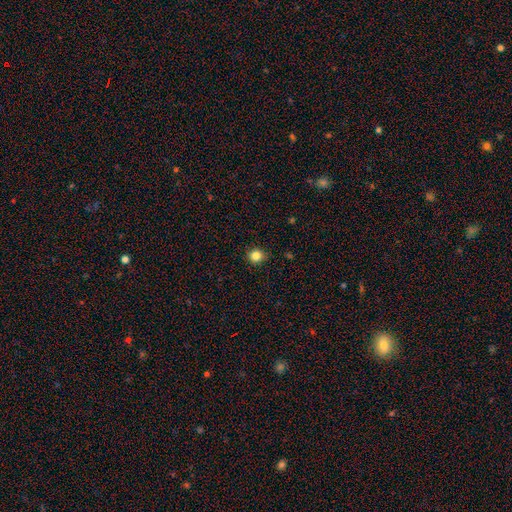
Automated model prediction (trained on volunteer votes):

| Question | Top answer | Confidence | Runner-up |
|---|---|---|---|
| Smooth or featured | smooth | 84% | star or artifact (12%) |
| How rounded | round | 91% | in between (8%) |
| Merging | none | 90% | minor disturbance (7%) |